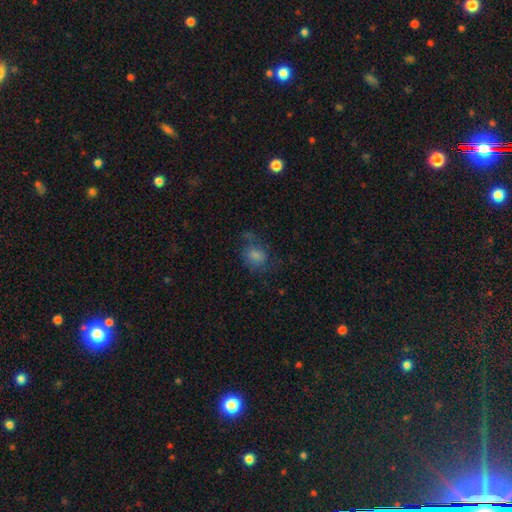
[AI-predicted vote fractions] Smooth or featured?
  - smooth: 67% *
  - featured or disk: 22%
  - star or artifact: 12%
How rounded?
  - in between: 52% *
  - round: 47%
  - cigar-shaped: 1%
Merging?
  - none: 41% *
  - major disturbance: 31%
  - minor disturbance: 26%
  - merger: 3%